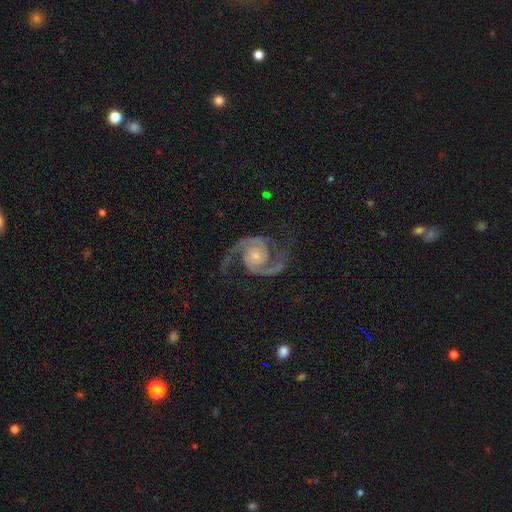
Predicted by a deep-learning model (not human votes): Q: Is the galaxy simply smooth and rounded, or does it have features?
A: featured or disk — 94%.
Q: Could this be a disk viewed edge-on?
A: no — 98%.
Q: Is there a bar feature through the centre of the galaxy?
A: no — 68%.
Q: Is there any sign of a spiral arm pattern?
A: yes — 99%.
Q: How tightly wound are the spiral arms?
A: medium — 61%.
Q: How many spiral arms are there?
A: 2 — 95%.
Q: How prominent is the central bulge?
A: small — 62%.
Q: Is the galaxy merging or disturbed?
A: none — 78%.